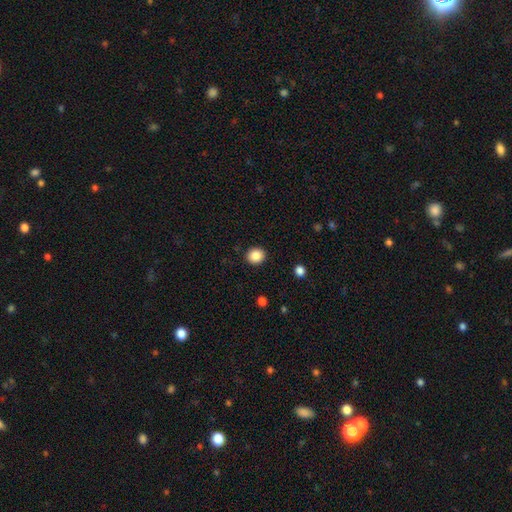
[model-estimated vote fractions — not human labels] Smooth or featured: smooth — 87% (star or artifact — 9%)
How rounded: round — 82% (in between — 17%)
Merging: none — 91% (minor disturbance — 6%)